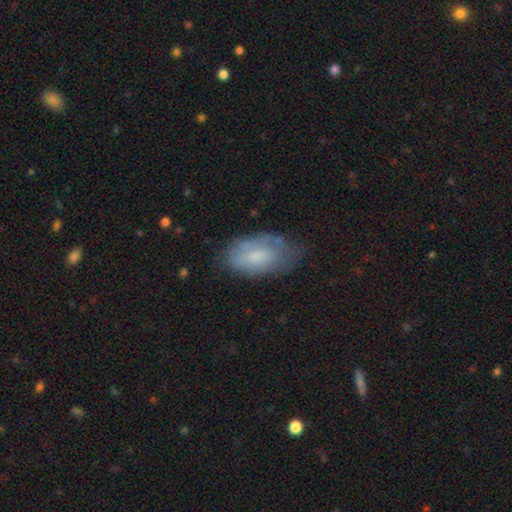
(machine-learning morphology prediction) smooth_or_featured: smooth (p=0.60) [alt: featured or disk p=0.33]
how_rounded: in between (p=0.93) [alt: round p=0.04]
merging: none (p=0.55) [alt: minor disturbance p=0.32]